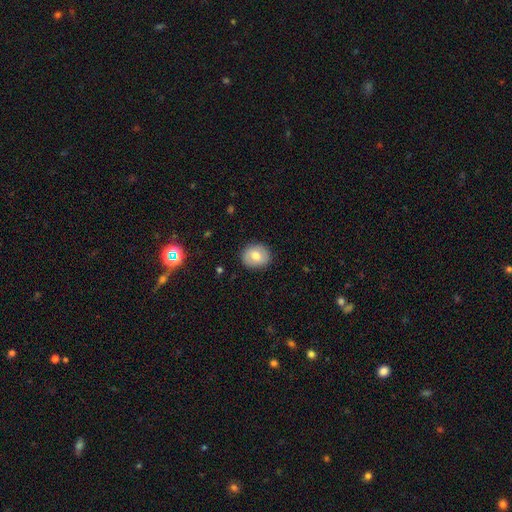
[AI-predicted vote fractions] smooth_or_featured: smooth (p=0.72) [alt: featured or disk p=0.20]
how_rounded: round (p=0.69) [alt: in between p=0.30]
merging: none (p=0.87) [alt: minor disturbance p=0.09]